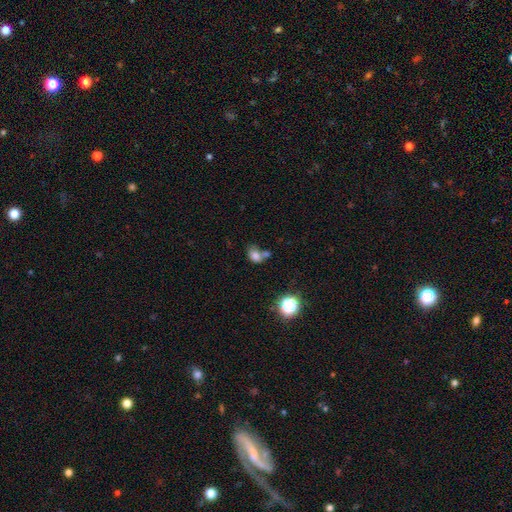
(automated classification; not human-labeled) smooth_or_featured: smooth (p=0.73) [alt: star or artifact p=0.15]
how_rounded: in between (p=0.66) [alt: round p=0.33]
merging: merger (p=0.42) [alt: none p=0.34]